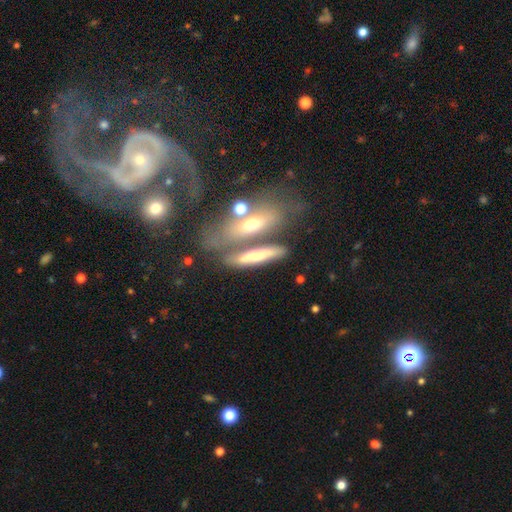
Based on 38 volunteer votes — Overall: smooth (71%). How rounded: cigar-shaped (70%). Merging: merger (42%; none 34%).